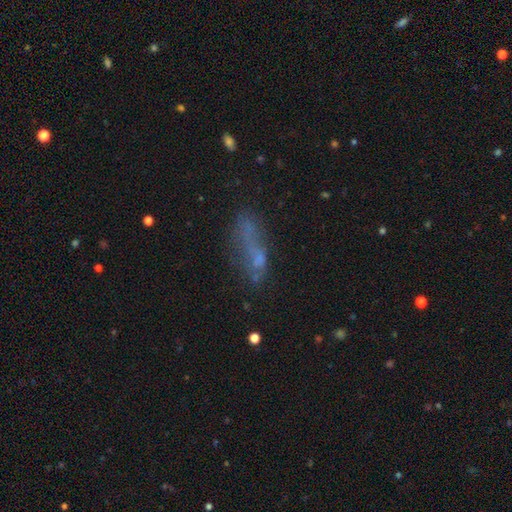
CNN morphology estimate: smooth_or_featured: smooth (p=0.47) [alt: featured or disk p=0.35]
merging: none (p=0.40) [alt: major disturbance p=0.24]